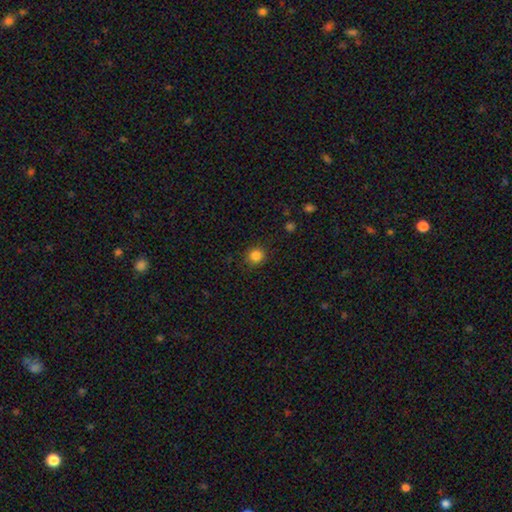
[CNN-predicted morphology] smooth_or_featured: smooth (p=0.85) [alt: star or artifact p=0.11]
how_rounded: round (p=0.91) [alt: in between p=0.08]
merging: none (p=0.89) [alt: minor disturbance p=0.08]